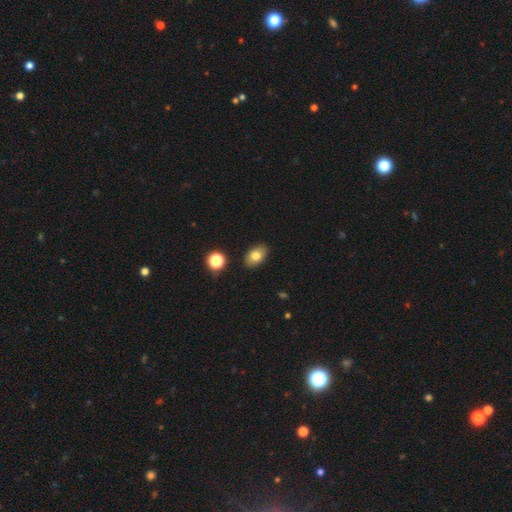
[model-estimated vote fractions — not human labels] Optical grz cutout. It shows a smooth galaxy with no disk features (79%) that is in between round and cigar-shaped (86%). Merging: none (87%).